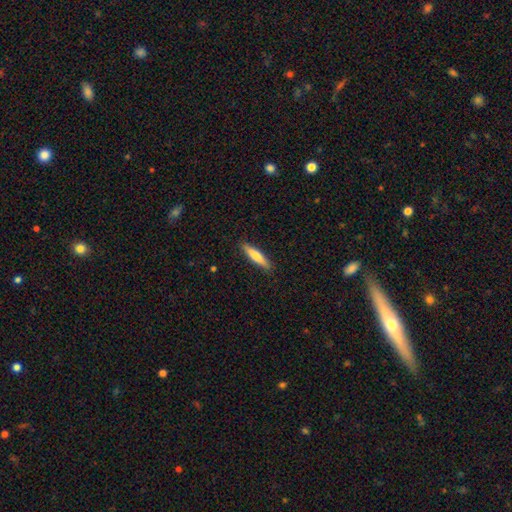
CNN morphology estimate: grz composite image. It shows a smooth galaxy with no disk features (70%) that is cigar-shaped (85%). Merging: none (90%).